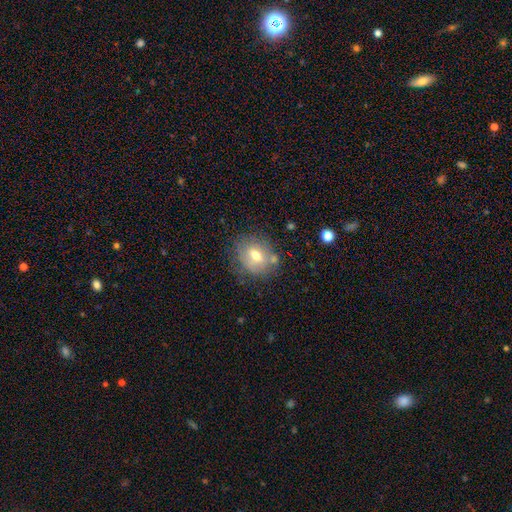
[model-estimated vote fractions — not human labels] Overall: smooth (59%; featured or disk 30%). How rounded: round (59%; in between 40%). Merging: none (67%).